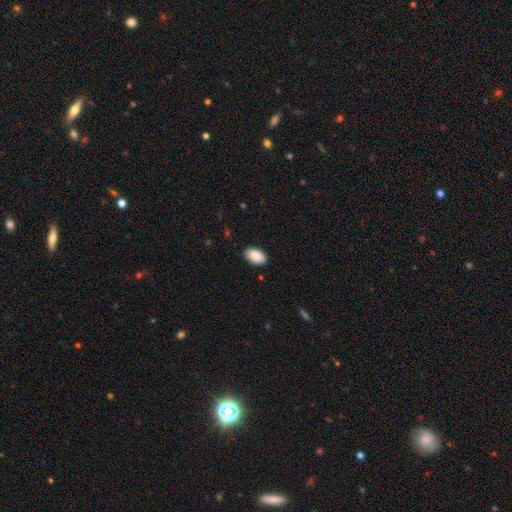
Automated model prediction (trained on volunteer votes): smooth_or_featured: smooth (p=0.90) [alt: star or artifact p=0.06]
how_rounded: in between (p=0.94) [alt: round p=0.05]
merging: none (p=0.88) [alt: minor disturbance p=0.09]